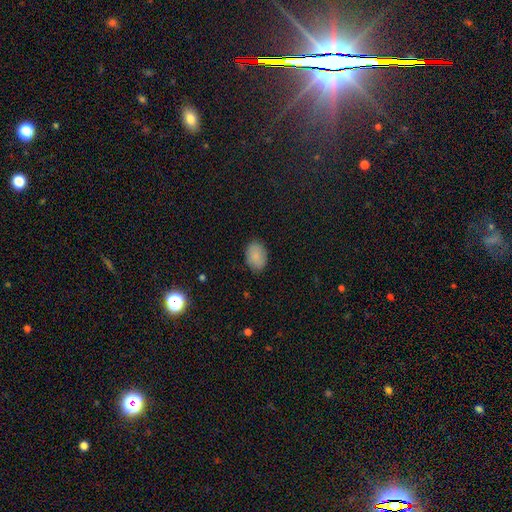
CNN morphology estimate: This is clearly a smooth galaxy (87%). How rounded: clearly in between (82%). Merging: clearly none (84%).